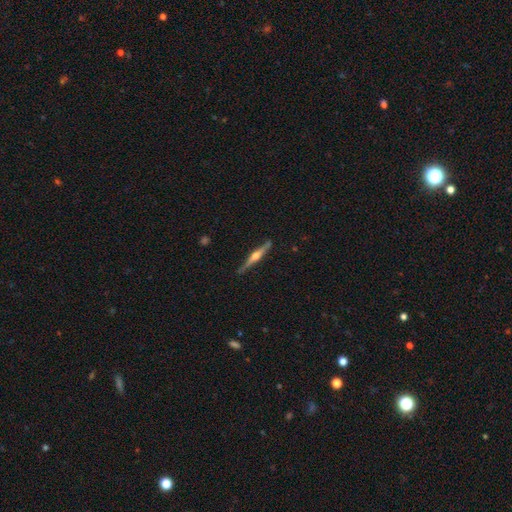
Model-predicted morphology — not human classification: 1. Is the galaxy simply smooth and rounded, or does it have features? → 76% featured or disk, 19% smooth, 5% star or artifact.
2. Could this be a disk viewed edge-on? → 98% yes, 2% no.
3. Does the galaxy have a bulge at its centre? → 92% rounded, 5% boxy, 4% none.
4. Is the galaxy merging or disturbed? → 86% none, 11% minor disturbance, 2% major disturbance, 2% merger.